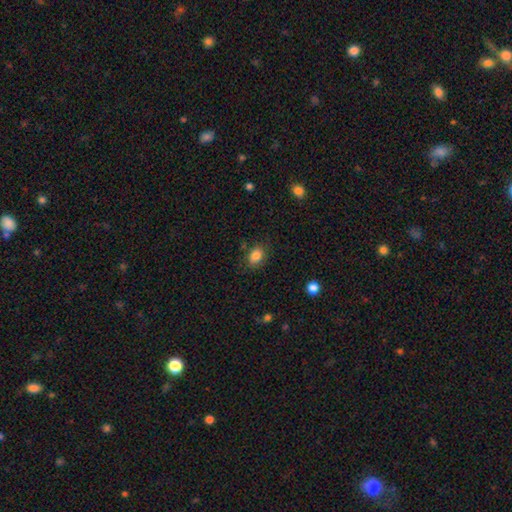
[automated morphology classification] smooth_or_featured: smooth (p=0.85) [alt: star or artifact p=0.10]
how_rounded: in between (p=0.71) [alt: round p=0.28]
merging: none (p=0.80) [alt: minor disturbance p=0.13]